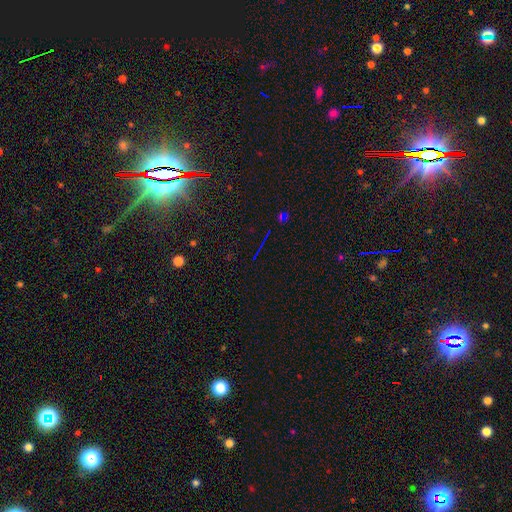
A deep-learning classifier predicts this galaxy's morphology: type=star or artifact (73%).